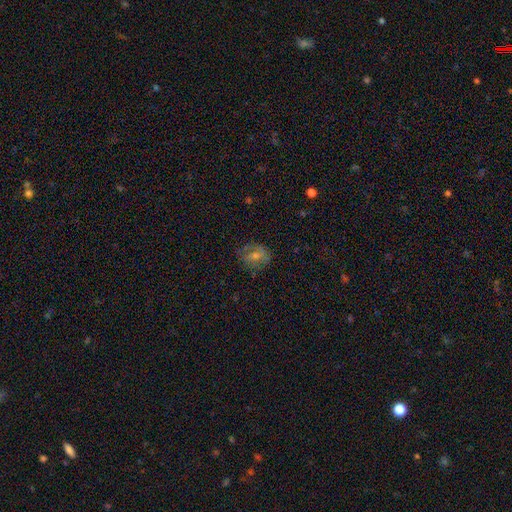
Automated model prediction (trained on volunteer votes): Q: Smooth or featured?
A: smooth (42%); runner-up: featured or disk (41%)
Q: Merging?
A: none (74%); runner-up: minor disturbance (17%)